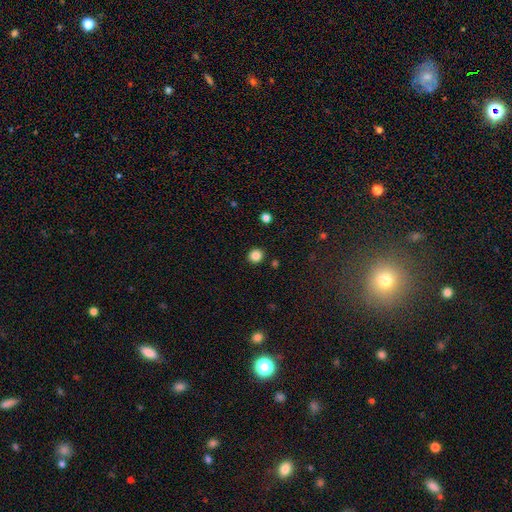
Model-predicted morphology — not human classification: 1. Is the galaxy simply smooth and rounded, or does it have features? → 84% smooth, 12% star or artifact, 4% featured or disk.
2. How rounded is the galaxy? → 91% round, 8% in between, 1% cigar-shaped.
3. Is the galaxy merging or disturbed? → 91% none, 5% minor disturbance, 2% merger, 2% major disturbance.